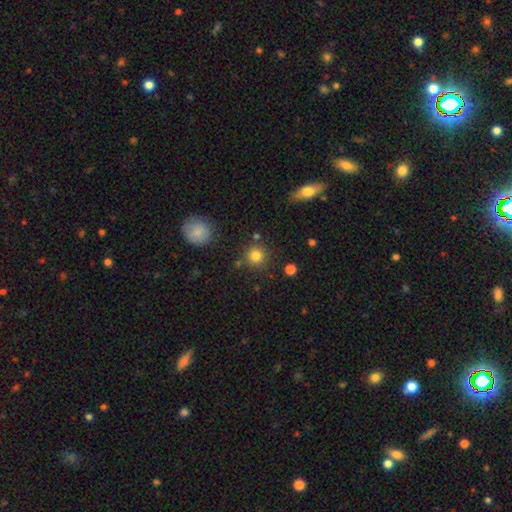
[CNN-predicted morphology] Q: Smooth or featured?
A: smooth (81%); runner-up: star or artifact (12%)
Q: How rounded?
A: round (93%); runner-up: in between (6%)
Q: Merging?
A: none (83%); runner-up: minor disturbance (8%)